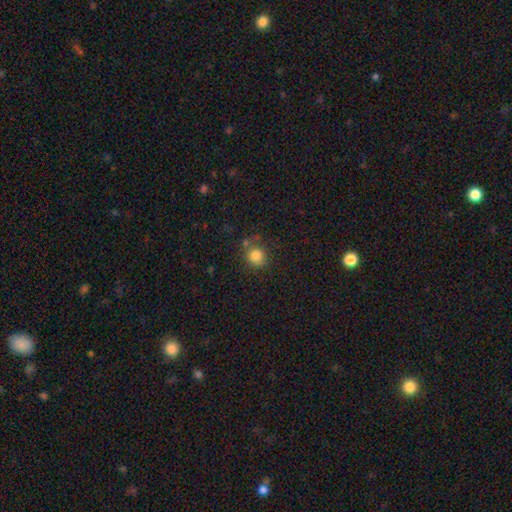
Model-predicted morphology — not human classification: The model was most divided on "merging": none: 70%, minor disturbance: 15%, merger: 10%, major disturbance: 5%. More confident: how rounded — round (84%); smooth or featured — smooth (82%).